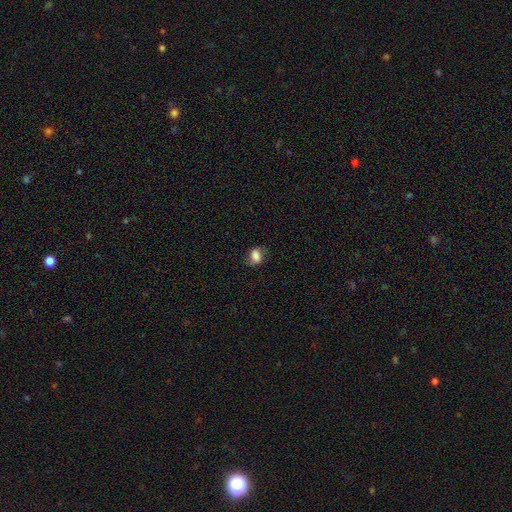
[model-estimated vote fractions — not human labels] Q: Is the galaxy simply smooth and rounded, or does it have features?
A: smooth — 72%.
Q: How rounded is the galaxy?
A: in between — 73%.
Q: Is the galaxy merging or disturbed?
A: none — 68%.